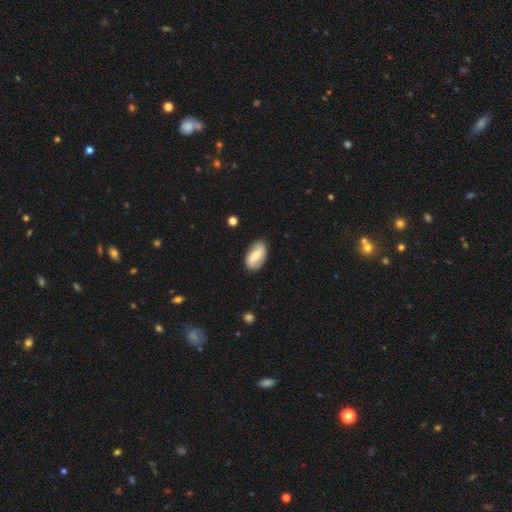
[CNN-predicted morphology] This appears to be a smooth galaxy with no disk features (58%) that is in between round and cigar-shaped (92%). Merging: none (83%).